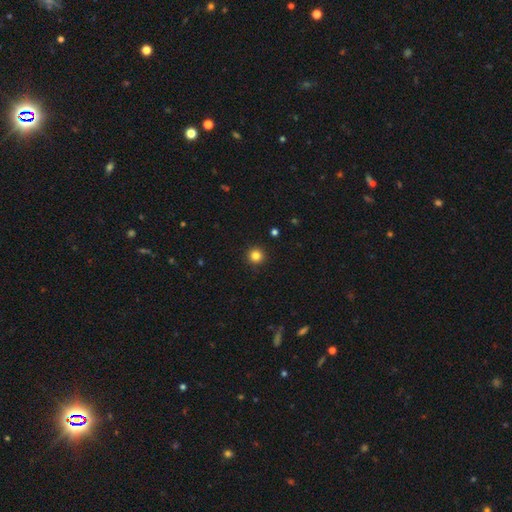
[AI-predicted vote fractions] smooth_or_featured: smooth (p=0.83) [alt: star or artifact p=0.12]
how_rounded: round (p=0.96) [alt: in between p=0.03]
merging: none (p=0.93) [alt: minor disturbance p=0.04]